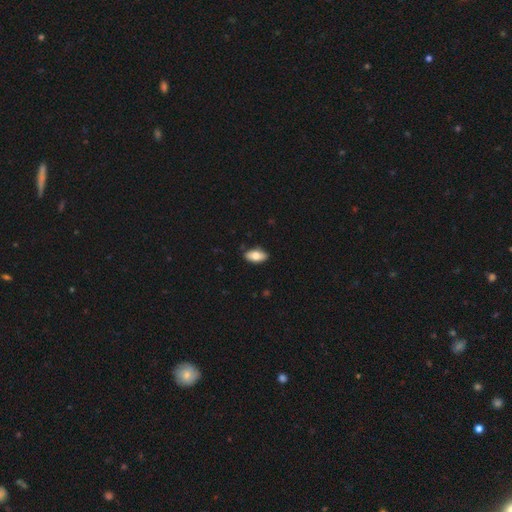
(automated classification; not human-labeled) Smooth or featured? Predicted: smooth (p=0.79). How rounded? Predicted: in between (p=0.92). Merging? Predicted: none (p=0.86).